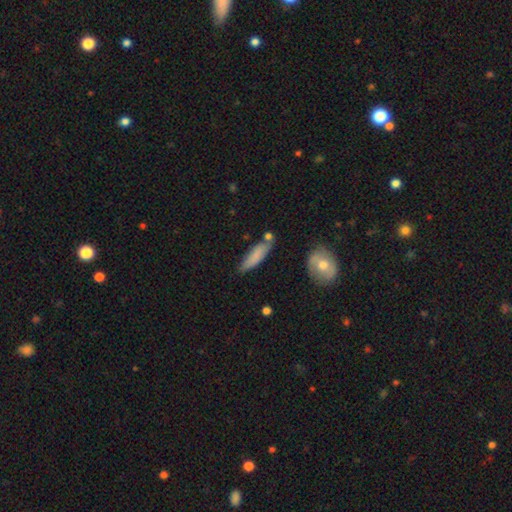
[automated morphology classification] Smooth or featured?
  - smooth: 78% *
  - featured or disk: 16%
  - star or artifact: 6%
How rounded?
  - cigar-shaped: 65% *
  - in between: 33%
  - round: 2%
Merging?
  - none: 69% *
  - minor disturbance: 20%
  - merger: 7%
  - major disturbance: 4%